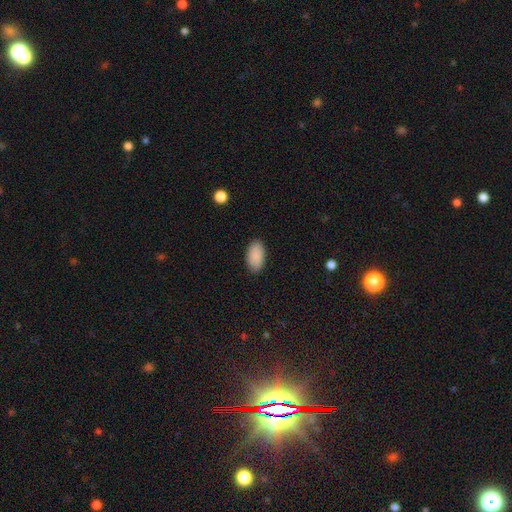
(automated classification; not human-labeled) smooth-or-featured: smooth: 90% | star or artifact: 6% | featured or disk: 4%
  how-rounded: in between: 95% | round: 3% | cigar-shaped: 2%
  merging: none: 88% | minor disturbance: 9% | major disturbance: 2% | merger: 1%